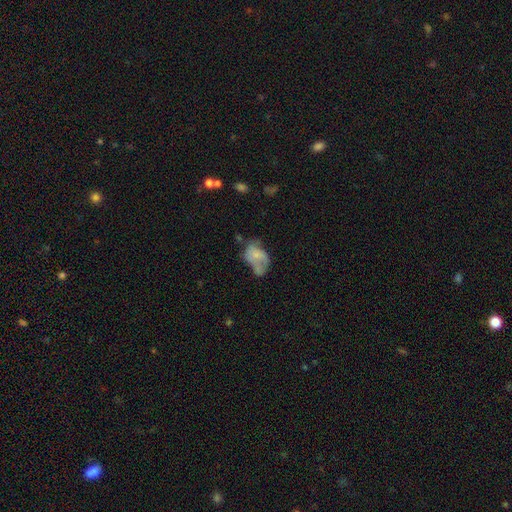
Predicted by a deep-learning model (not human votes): Smooth or featured? smooth (54%)
How rounded? in between (83%)
Merging? major disturbance (33%)